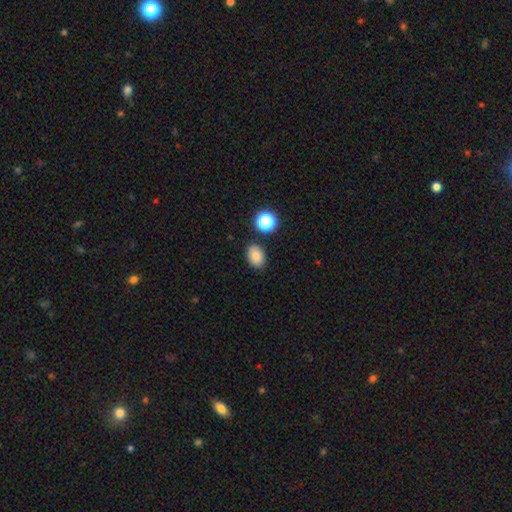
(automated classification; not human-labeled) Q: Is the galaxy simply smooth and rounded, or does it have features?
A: smooth — 84%.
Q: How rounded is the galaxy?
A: in between — 81%.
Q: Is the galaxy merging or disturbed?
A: none — 84%.